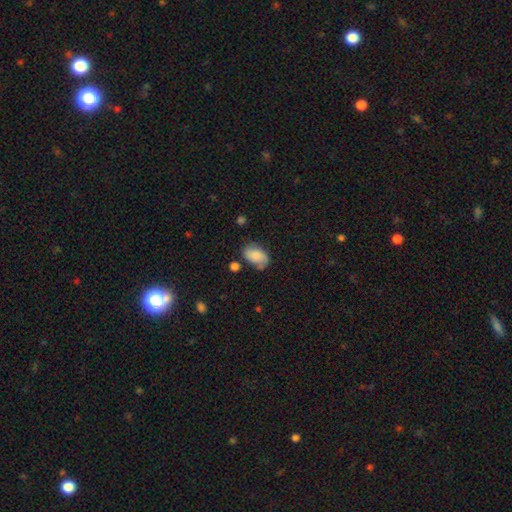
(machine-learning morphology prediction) smooth 80%, featured or disk 12%, star or artifact 8%. Down the decision tree: how rounded — in between (90%); merging — none (57%).